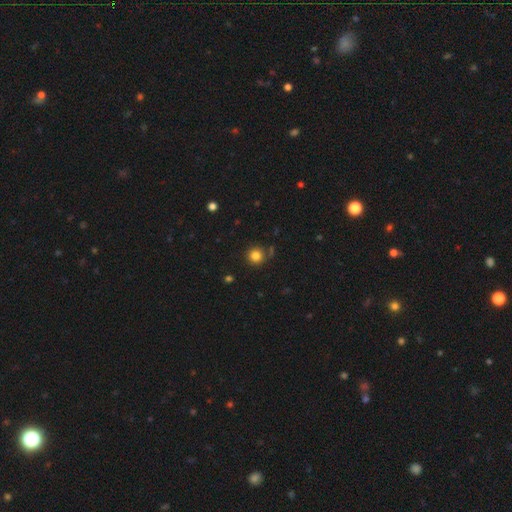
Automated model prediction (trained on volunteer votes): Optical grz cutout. It shows a smooth galaxy with no disk features (82%) that is round (94%). Merging: none (84%).